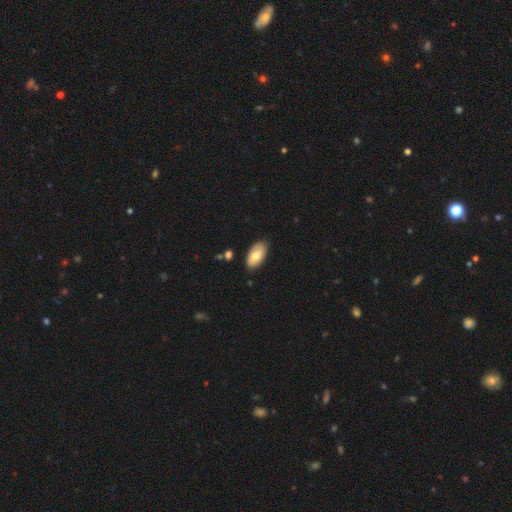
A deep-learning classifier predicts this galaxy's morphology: Overall: smooth (76%). How rounded: in between (94%). Merging: none (84%).